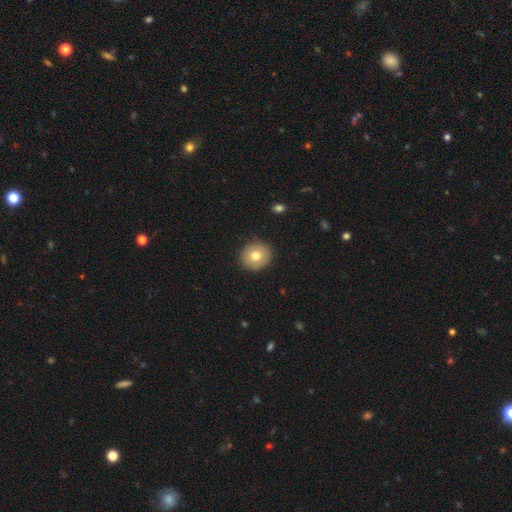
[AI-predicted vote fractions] smooth_or_featured: smooth (p=0.76) [alt: featured or disk p=0.15]
how_rounded: round (p=0.90) [alt: in between p=0.09]
merging: none (p=0.91) [alt: minor disturbance p=0.06]